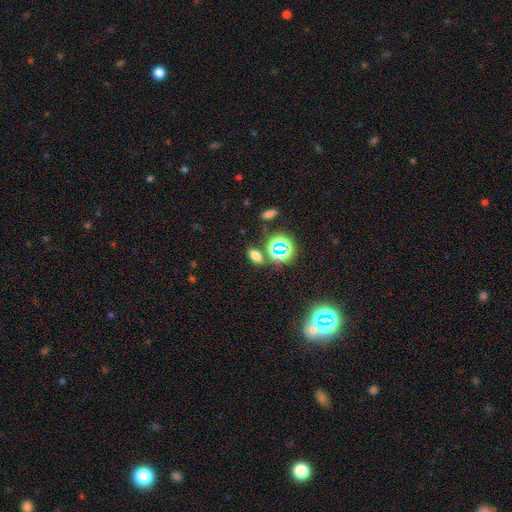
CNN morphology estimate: smooth-or-featured: smooth: 66% | star or artifact: 26% | featured or disk: 9%
  how-rounded: in between: 80% | round: 14% | cigar-shaped: 5%
  merging: none: 78% | minor disturbance: 10% | merger: 9% | major disturbance: 3%